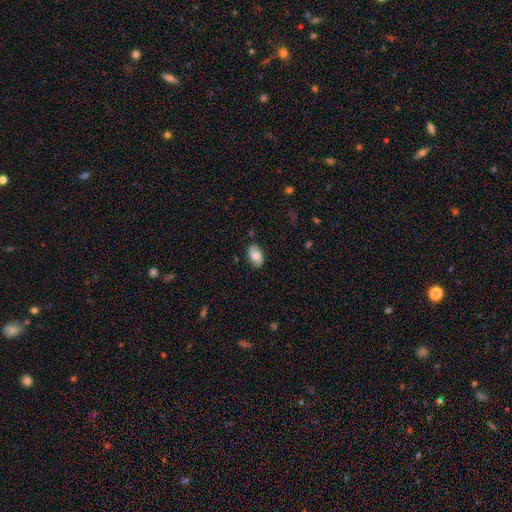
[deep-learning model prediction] Smooth or featured: smooth — 79% (featured or disk — 15%)
How rounded: in between — 93% (round — 6%)
Merging: none — 82% (minor disturbance — 14%)